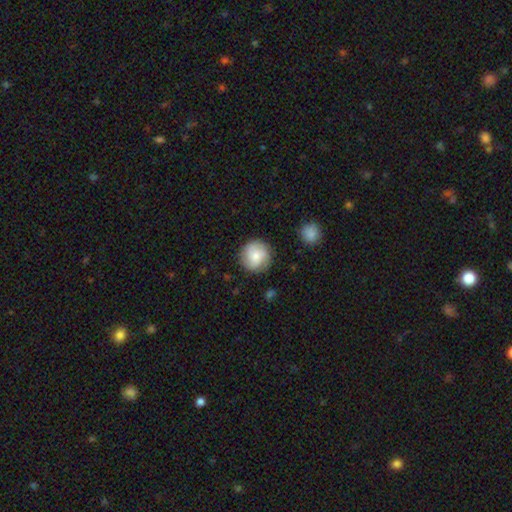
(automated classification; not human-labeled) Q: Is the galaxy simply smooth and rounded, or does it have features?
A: smooth — 62%.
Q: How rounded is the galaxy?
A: round — 94%.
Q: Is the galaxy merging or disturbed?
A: none — 85%.